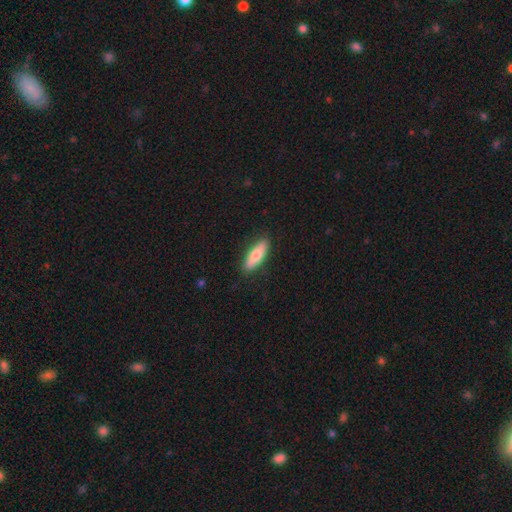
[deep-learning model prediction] A smooth galaxy with no disk features (72%) that is in between round and cigar-shaped (57%).

Vote fractions:
- Smooth or featured? smooth: 72% / featured or disk: 22% / star or artifact: 6%
- How rounded? in between: 57% / cigar-shaped: 41% / round: 2%
- Merging? none: 87% / minor disturbance: 10% / major disturbance: 2% / merger: 1%